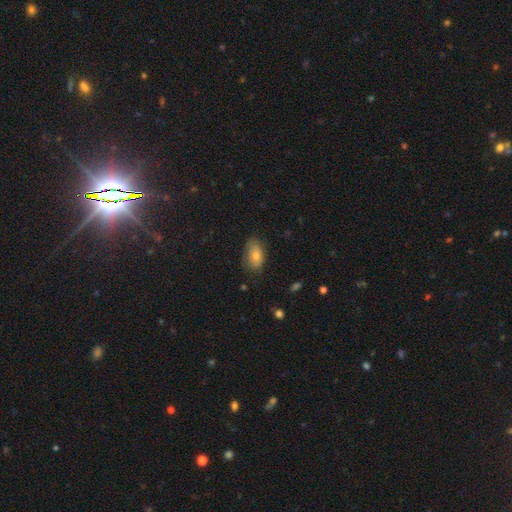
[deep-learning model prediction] This appears to be a smooth galaxy with no disk features (76%) that is in between round and cigar-shaped (91%). Merging: none (71%).